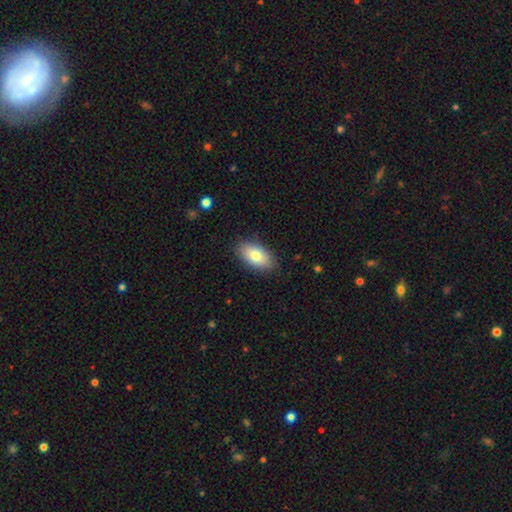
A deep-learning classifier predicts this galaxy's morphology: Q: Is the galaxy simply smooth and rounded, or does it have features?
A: smooth — 78%.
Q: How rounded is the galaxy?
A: in between — 93%.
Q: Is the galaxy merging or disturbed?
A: none — 87%.